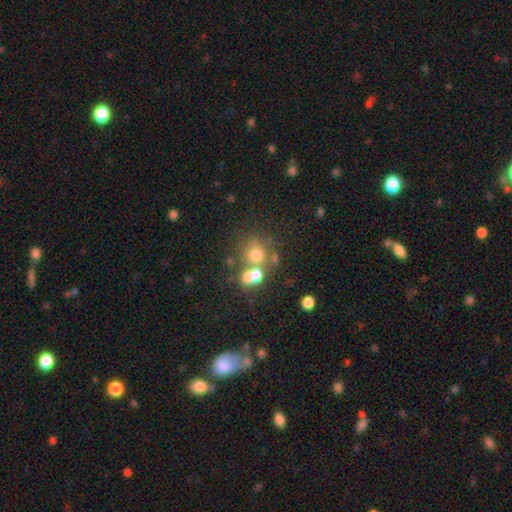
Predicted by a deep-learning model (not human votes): Smooth or featured?
  - smooth: 62% *
  - star or artifact: 20%
  - featured or disk: 18%
How rounded?
  - round: 74% *
  - in between: 25%
  - cigar-shaped: 1%
Merging?
  - none: 43% *
  - merger: 40%
  - minor disturbance: 10%
  - major disturbance: 7%